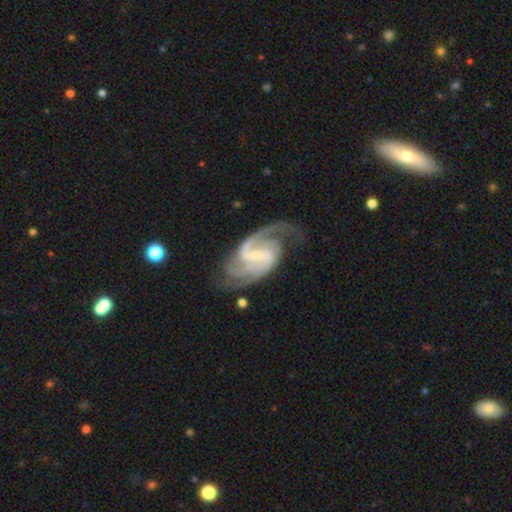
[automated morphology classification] This is clearly a featured or disk galaxy (93%). It is clearly not viewed edge-on (98%). Bar: possibly strong (46%). Spiral arm pattern: clearly yes (98%). Spiral arm count: likely 2 (72%). Spiral winding: possibly medium (58%). Central bulge: likely small (62%). Merging: likely none (72%).